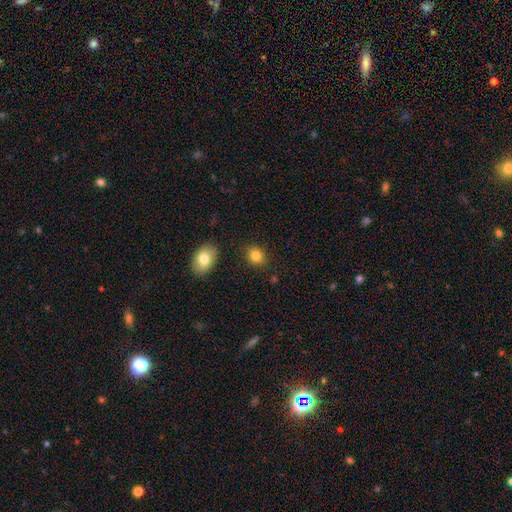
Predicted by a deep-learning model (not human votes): Overall: smooth (82%). How rounded: round (55%; in between 44%). Merging: none (86%).